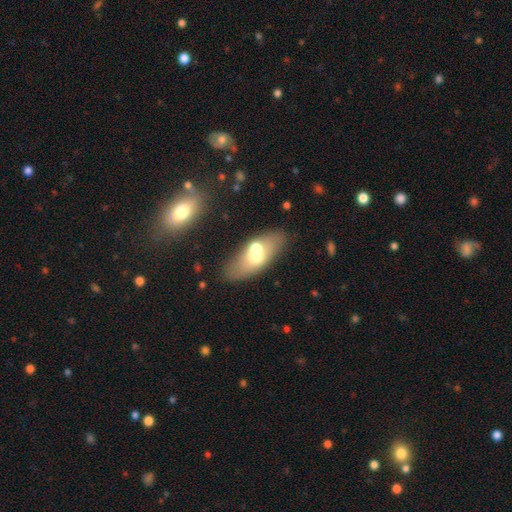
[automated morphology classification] Smooth or featured?
  - smooth: 56% *
  - featured or disk: 35%
  - star or artifact: 9%
How rounded?
  - in between: 83% *
  - cigar-shaped: 12%
  - round: 6%
Merging?
  - none: 54% *
  - merger: 28%
  - minor disturbance: 12%
  - major disturbance: 6%